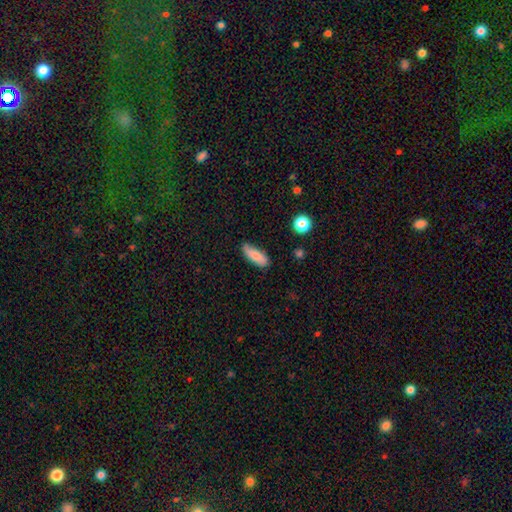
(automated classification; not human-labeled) Morphology: type=smooth (81%); roundness=in between (67%); merging=none (73%).